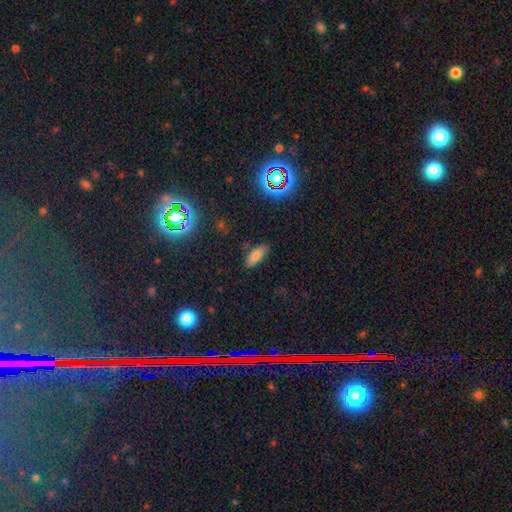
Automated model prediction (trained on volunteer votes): A smooth galaxy with no disk features (78%) that is in between round and cigar-shaped (81%).

Vote fractions:
- Smooth or featured? smooth: 78% / star or artifact: 14% / featured or disk: 8%
- How rounded? in between: 81% / cigar-shaped: 16% / round: 3%
- Merging? none: 82% / minor disturbance: 13% / major disturbance: 3% / merger: 2%